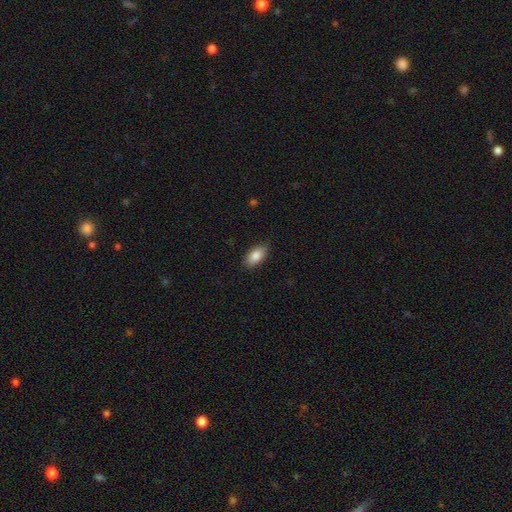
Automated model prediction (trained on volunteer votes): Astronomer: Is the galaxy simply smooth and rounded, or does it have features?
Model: smooth — 86%.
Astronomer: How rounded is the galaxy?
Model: in between — 91%.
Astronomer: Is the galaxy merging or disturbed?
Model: none — 86%.